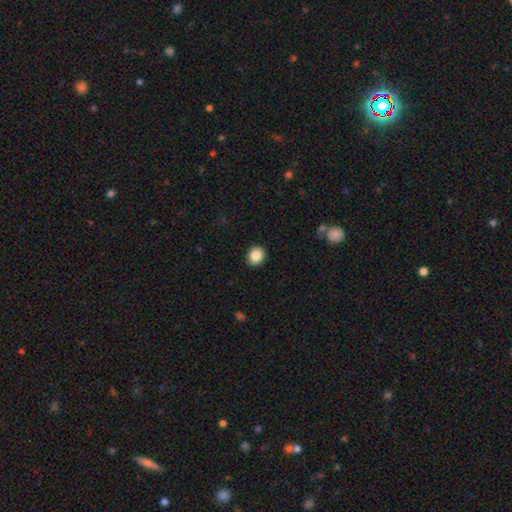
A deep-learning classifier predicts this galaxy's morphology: smooth-or-featured: smooth: 86% | star or artifact: 9% | featured or disk: 5%
  how-rounded: round: 76% | in between: 23% | cigar-shaped: 1%
  merging: none: 91% | minor disturbance: 6% | major disturbance: 2% | merger: 1%